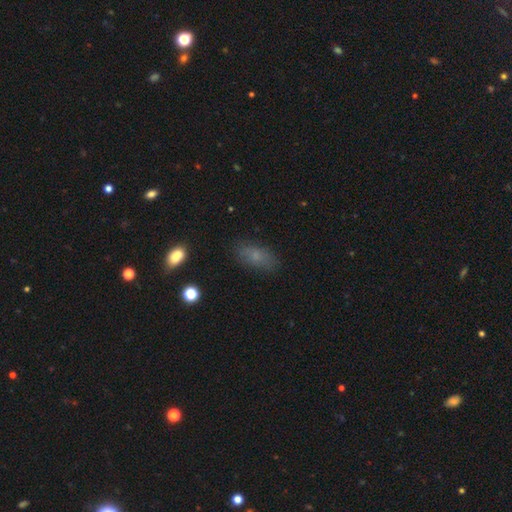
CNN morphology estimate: The model was most divided on "smooth or featured": smooth: 72%, featured or disk: 16%, star or artifact: 13%. More confident: how rounded — in between (86%); merging — none (78%).